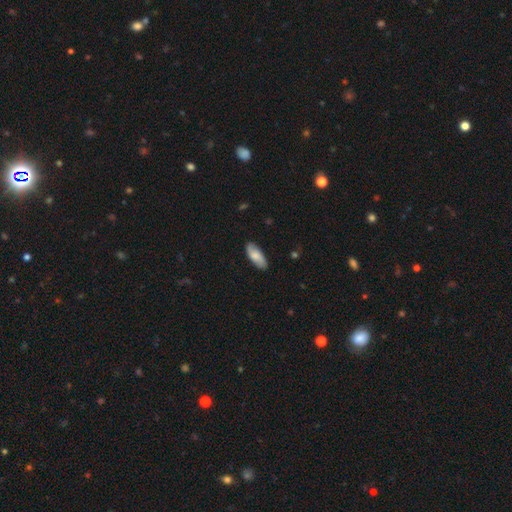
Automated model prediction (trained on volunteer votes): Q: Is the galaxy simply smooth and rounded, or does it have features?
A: smooth — 69%.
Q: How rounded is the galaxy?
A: in between — 78%.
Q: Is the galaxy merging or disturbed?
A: none — 85%.